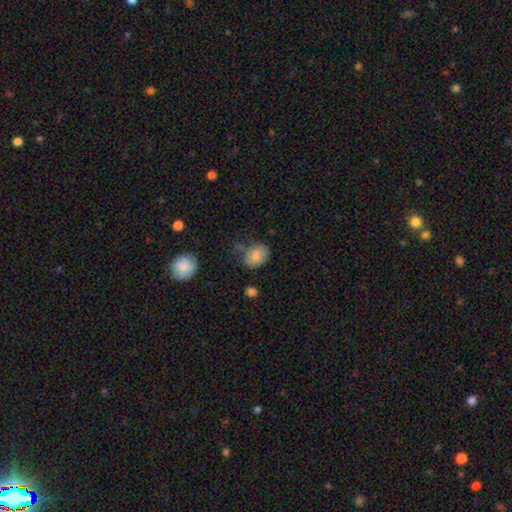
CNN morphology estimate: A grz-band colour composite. It shows a smooth galaxy with no disk features (82%) that is in between round and cigar-shaped (63%). Merging: none (61%).